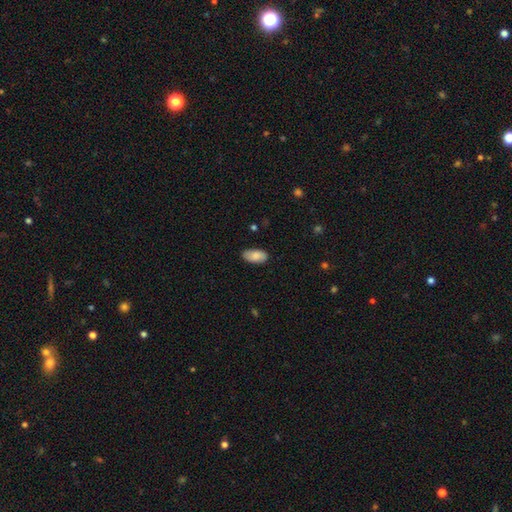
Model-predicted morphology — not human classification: Smooth or featured: smooth — 83% (featured or disk — 10%)
How rounded: in between — 95% (cigar-shaped — 3%)
Merging: none — 83% (minor disturbance — 14%)